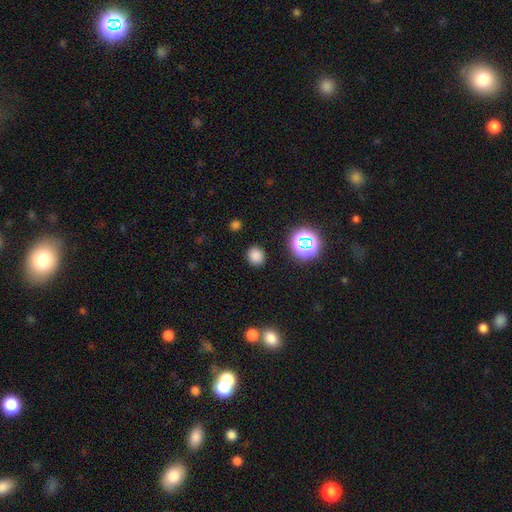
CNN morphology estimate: The model was most divided on "how rounded": round: 76%, in between: 23%, cigar-shaped: 1%. More confident: merging — none (87%); smooth or featured — smooth (78%).